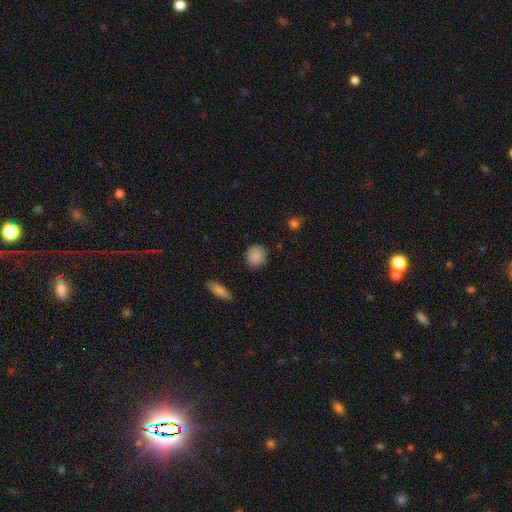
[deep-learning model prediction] The model was most divided on "how rounded": round: 83%, in between: 16%, cigar-shaped: 1%. More confident: smooth or featured — smooth (87%); merging — none (86%).